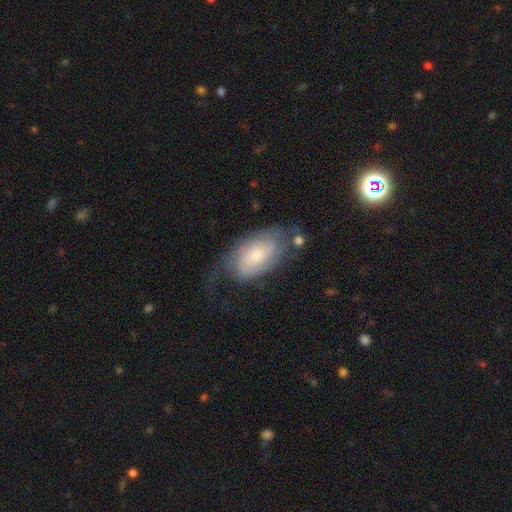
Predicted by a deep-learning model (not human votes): This appears to be a featured or disk galaxy (55%) with no bar (69%), spiral arms (82%) and a small central bulge (49%). Merging: none (44%).